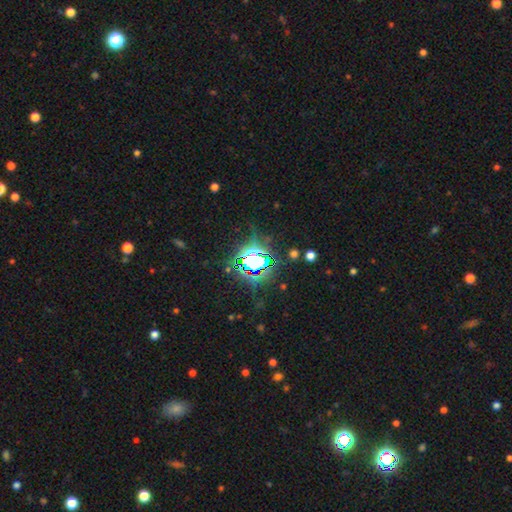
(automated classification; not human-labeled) star or artifact 78%, smooth 12%, featured or disk 9%.